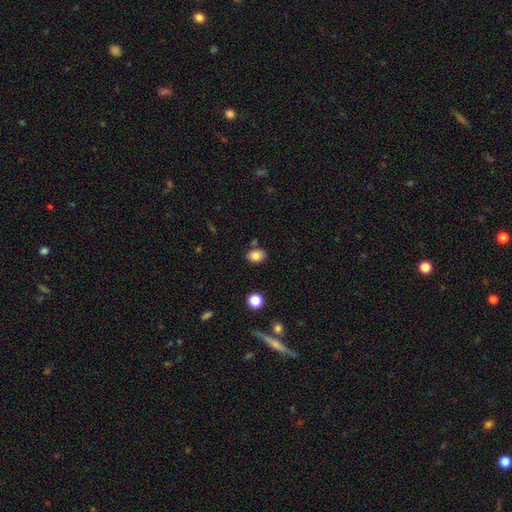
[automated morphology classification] A smooth galaxy with no disk features (81%) that is in between round and cigar-shaped (72%). Merging: none (80%).